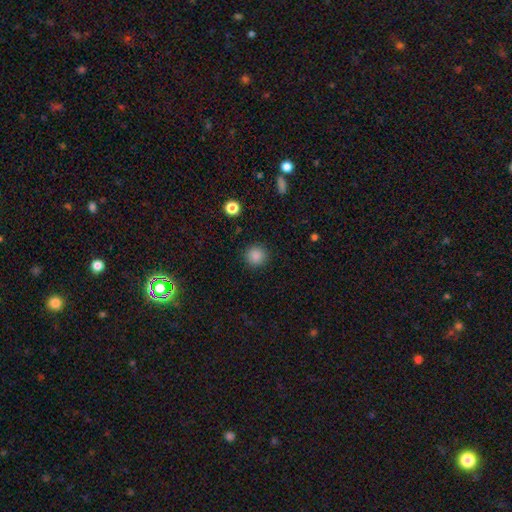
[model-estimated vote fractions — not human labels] smooth 87%, star or artifact 10%, featured or disk 3%. Down the decision tree: how rounded — round (95%); merging — none (91%).